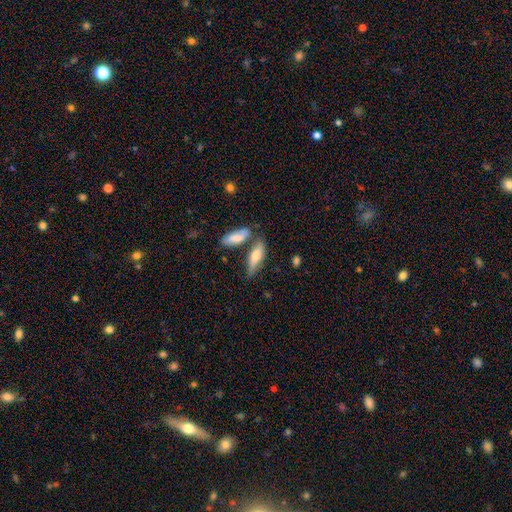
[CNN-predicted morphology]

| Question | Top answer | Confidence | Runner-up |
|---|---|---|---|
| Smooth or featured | smooth | 66% | featured or disk (28%) |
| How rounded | in between | 53% | cigar-shaped (45%) |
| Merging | none | 57% | merger (20%) |